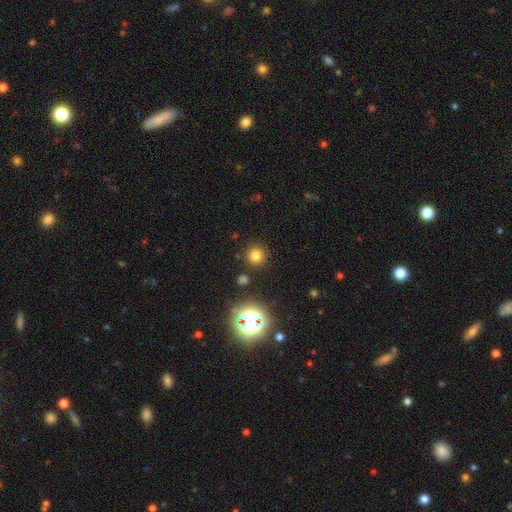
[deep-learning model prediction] This is likely a smooth galaxy (75%). How rounded: clearly round (93%). Merging: clearly none (88%).